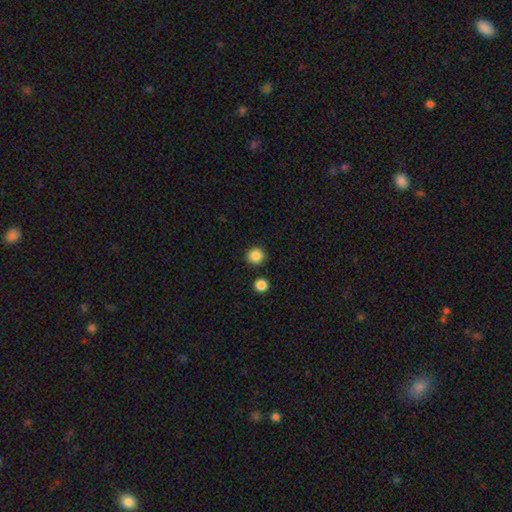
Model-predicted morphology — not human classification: A smooth galaxy with no disk features (87%) that is round (93%).

Vote fractions:
- Smooth or featured? smooth: 87% / star or artifact: 10% / featured or disk: 3%
- How rounded? round: 93% / in between: 6% / cigar-shaped: 1%
- Merging? none: 89% / minor disturbance: 5% / merger: 4% / major disturbance: 2%